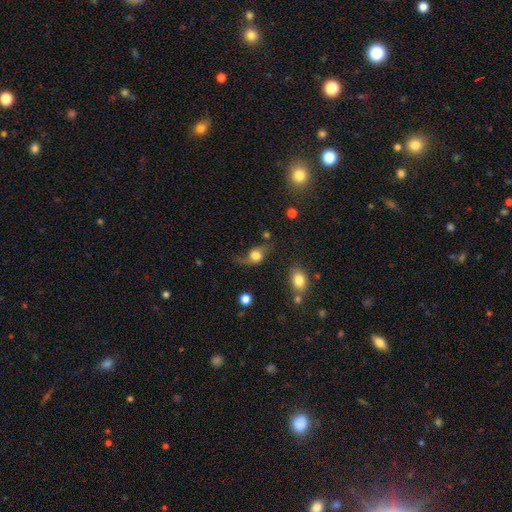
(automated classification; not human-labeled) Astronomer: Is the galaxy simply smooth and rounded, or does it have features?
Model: smooth — 51% (runner-up: featured or disk, 38%).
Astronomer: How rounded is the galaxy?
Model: in between — 50% (runner-up: round, 47%).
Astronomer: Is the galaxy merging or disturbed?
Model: none — 42% (runner-up: major disturbance, 28%).